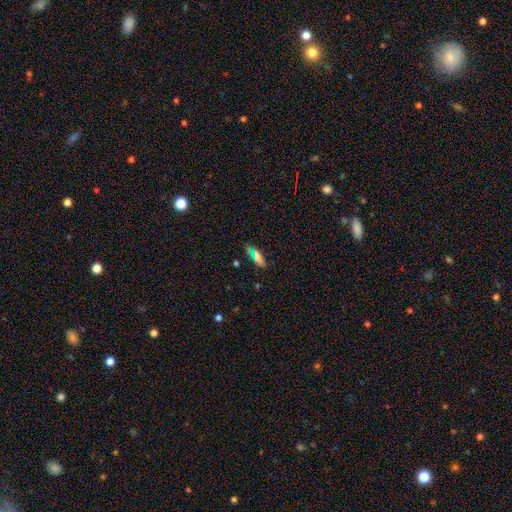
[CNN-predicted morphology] smooth 61%, featured or disk 22%, star or artifact 17%. Down the decision tree: how rounded — in between (57%); merging — none (72%).